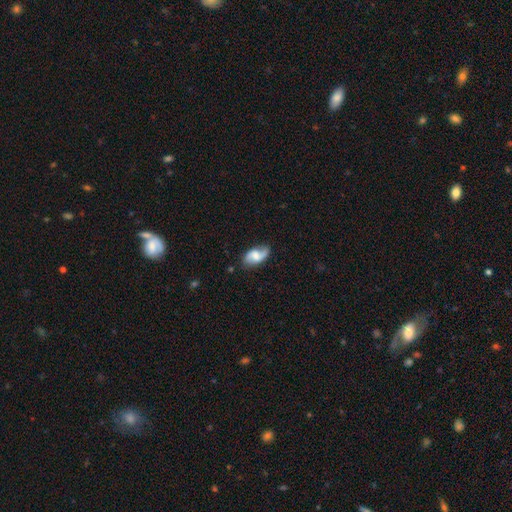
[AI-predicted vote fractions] Smooth or featured: featured or disk — 63% (smooth — 30%)
Edge-on disk: no — 96% (yes — 4%)
Bar: weak — 45% (no — 44%)
Spiral arms: yes — 92% (no — 8%)
Spiral winding: loose — 59% (medium — 31%)
Spiral arm count: 2 — 80% (1 — 13%)
Bulge size: moderate — 41% (small — 30%)
Merging: none — 69% (minor disturbance — 22%)